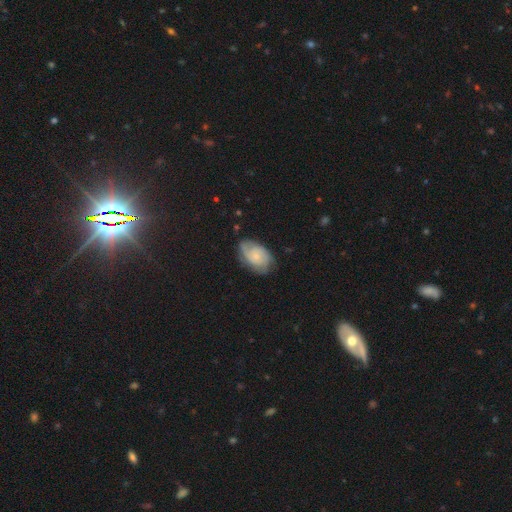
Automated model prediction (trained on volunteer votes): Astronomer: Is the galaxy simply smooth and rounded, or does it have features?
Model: featured or disk — 68%.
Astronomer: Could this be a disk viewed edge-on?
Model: no — 97%.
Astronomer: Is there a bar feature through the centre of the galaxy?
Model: no — 75%.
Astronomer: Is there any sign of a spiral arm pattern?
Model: yes — 92%.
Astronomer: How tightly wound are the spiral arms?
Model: tight — 49% (runner-up: medium, 38%).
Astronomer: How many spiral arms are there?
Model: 2 — 39% (runner-up: can't tell, 29%).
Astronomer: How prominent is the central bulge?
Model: small — 69%.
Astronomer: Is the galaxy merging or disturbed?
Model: none — 69%.